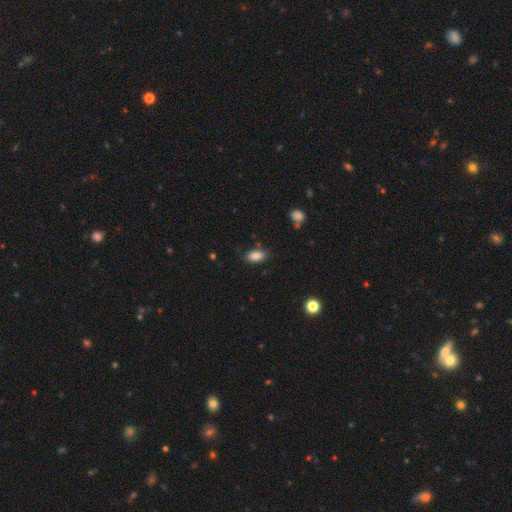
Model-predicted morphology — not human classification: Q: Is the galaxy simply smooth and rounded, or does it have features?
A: smooth — 87%.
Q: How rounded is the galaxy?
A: in between — 91%.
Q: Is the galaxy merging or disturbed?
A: none — 84%.